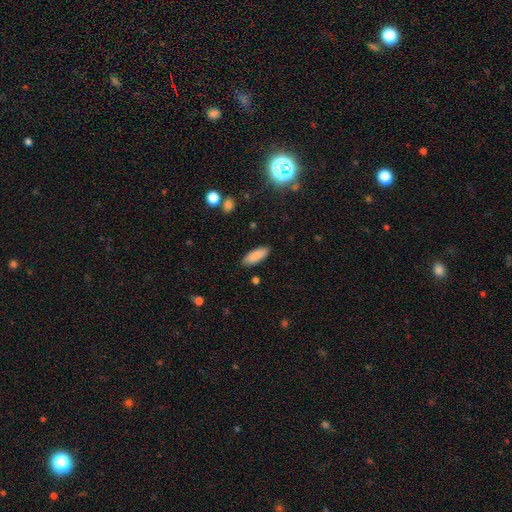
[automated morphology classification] smooth-or-featured: smooth: 88% | star or artifact: 7% | featured or disk: 5%
  how-rounded: in between: 72% | cigar-shaped: 26% | round: 2%
  merging: none: 88% | minor disturbance: 9% | major disturbance: 2% | merger: 1%